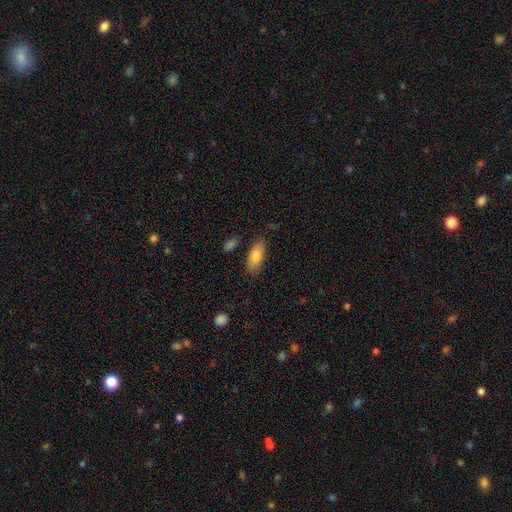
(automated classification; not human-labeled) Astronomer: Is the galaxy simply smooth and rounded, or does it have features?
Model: smooth — 79%.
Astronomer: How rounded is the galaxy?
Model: in between — 80%.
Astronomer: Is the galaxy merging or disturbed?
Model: none — 81%.